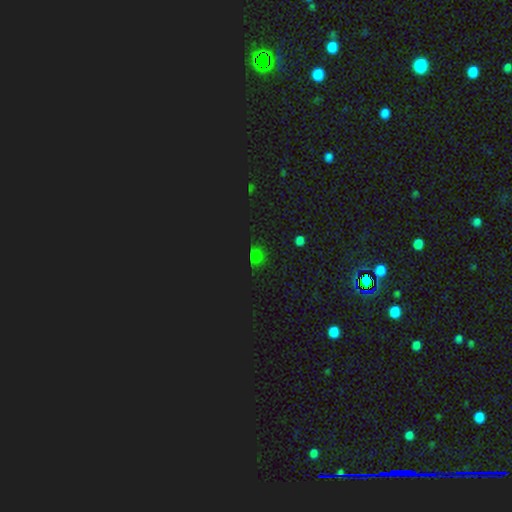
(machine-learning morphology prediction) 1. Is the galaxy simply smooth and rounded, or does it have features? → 55% star or artifact, 39% smooth, 6% featured or disk.